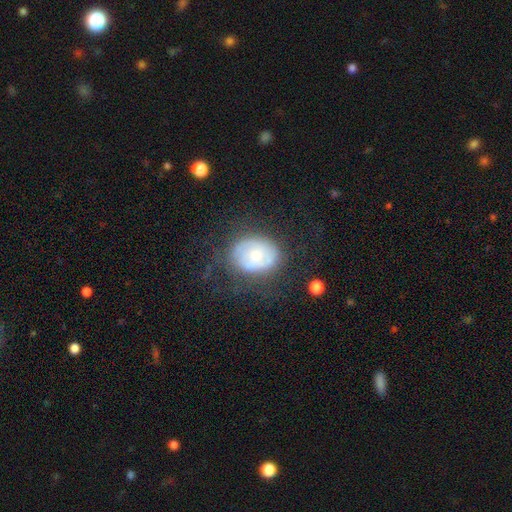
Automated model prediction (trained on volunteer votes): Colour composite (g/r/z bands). It shows a featured or disk galaxy (50%). Merging: none (63%).